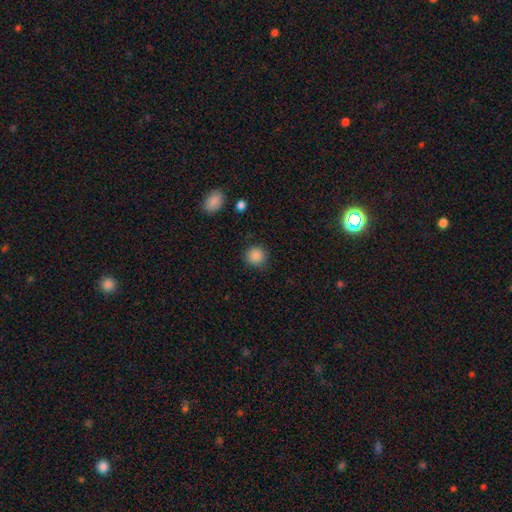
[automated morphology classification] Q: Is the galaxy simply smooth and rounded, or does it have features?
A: smooth — 87%.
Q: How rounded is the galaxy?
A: round — 91%.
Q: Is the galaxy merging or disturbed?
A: none — 87%.